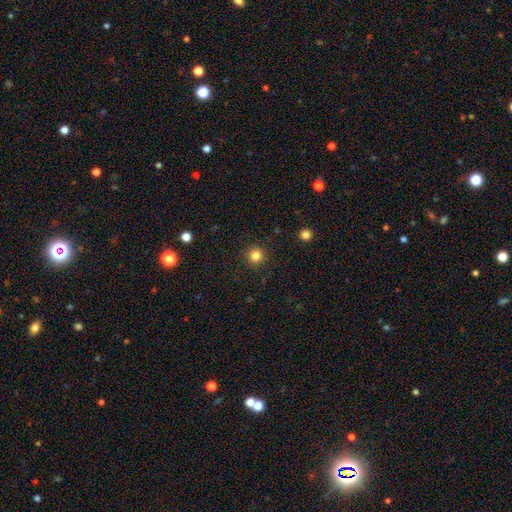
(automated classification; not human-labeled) smooth 82%, star or artifact 13%, featured or disk 5%. Down the decision tree: how rounded — round (95%); merging — none (91%).